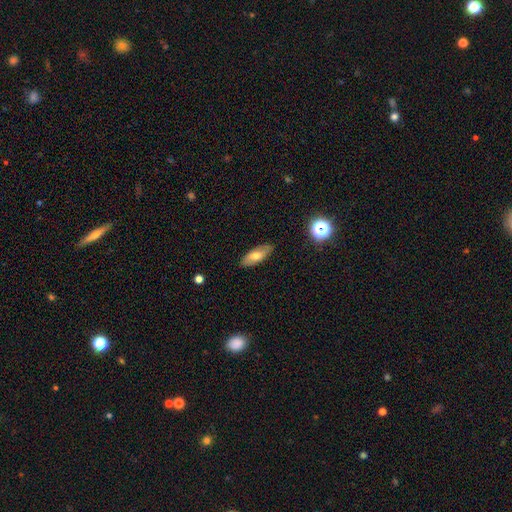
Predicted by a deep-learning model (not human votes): This appears to be a smooth galaxy with no disk features (62%) that is in between round and cigar-shaped (79%). Merging: none (86%).